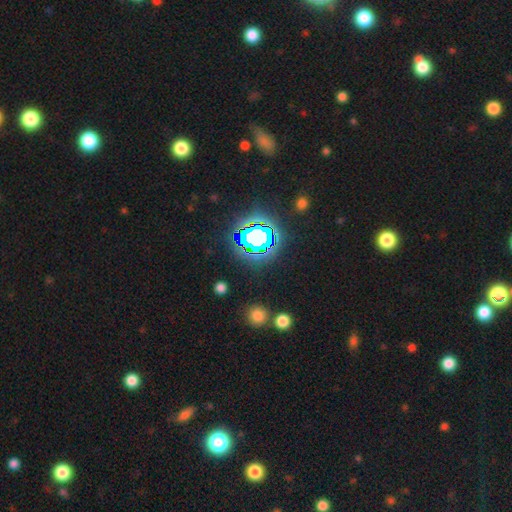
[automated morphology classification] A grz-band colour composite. It shows a star or artifact, not a galaxy (80%).